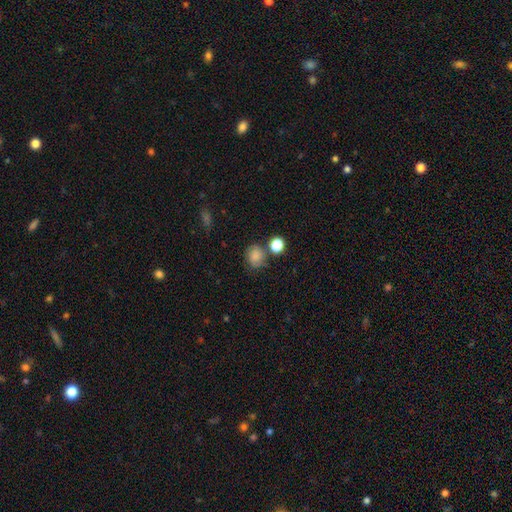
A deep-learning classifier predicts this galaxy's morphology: smooth-or-featured: smooth: 77% | star or artifact: 12% | featured or disk: 11%
  how-rounded: round: 74% | in between: 25% | cigar-shaped: 1%
  merging: none: 68% | minor disturbance: 16% | merger: 11% | major disturbance: 5%